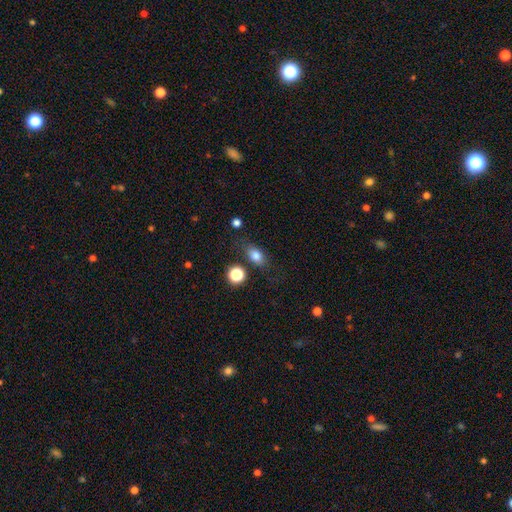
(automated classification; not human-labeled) Smooth or featured?
  - smooth: 80% *
  - star or artifact: 11%
  - featured or disk: 9%
How rounded?
  - in between: 74% *
  - round: 21%
  - cigar-shaped: 4%
Merging?
  - none: 74% *
  - minor disturbance: 16%
  - major disturbance: 6%
  - merger: 5%